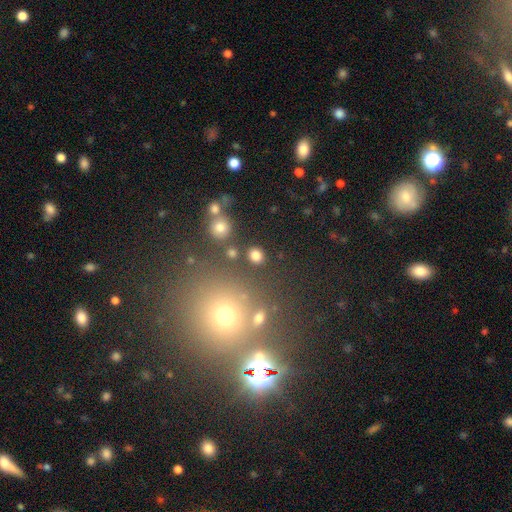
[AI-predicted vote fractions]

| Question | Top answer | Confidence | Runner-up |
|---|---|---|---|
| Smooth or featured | smooth | 80% | star or artifact (15%) |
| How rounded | round | 74% | in between (25%) |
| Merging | none | 85% | minor disturbance (7%) |